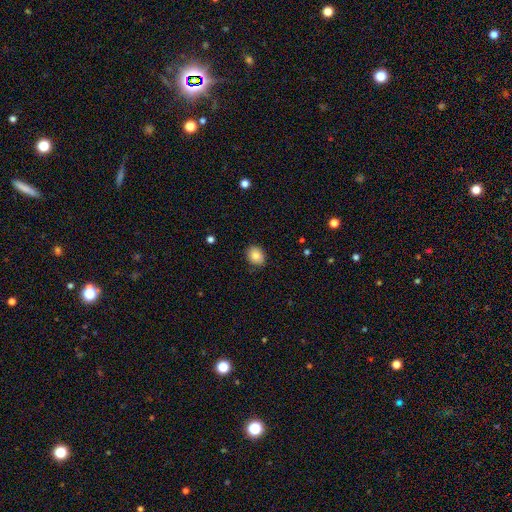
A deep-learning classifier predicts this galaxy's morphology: This appears to be a smooth galaxy with no disk features (82%) that is round (56%). Merging: none (86%).